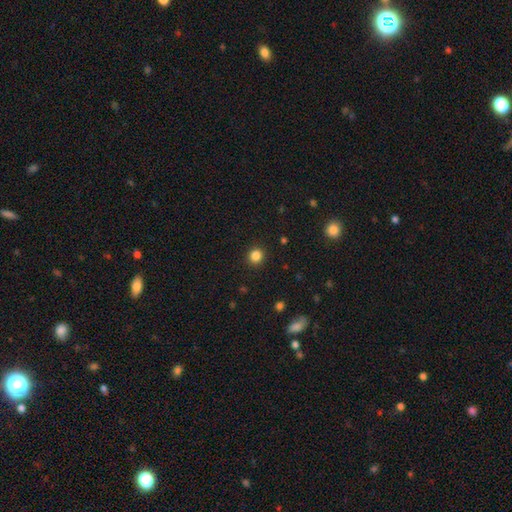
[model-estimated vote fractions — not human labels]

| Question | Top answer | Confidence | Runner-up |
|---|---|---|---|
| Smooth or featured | smooth | 84% | star or artifact (12%) |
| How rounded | round | 90% | in between (9%) |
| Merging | none | 91% | minor disturbance (5%) |